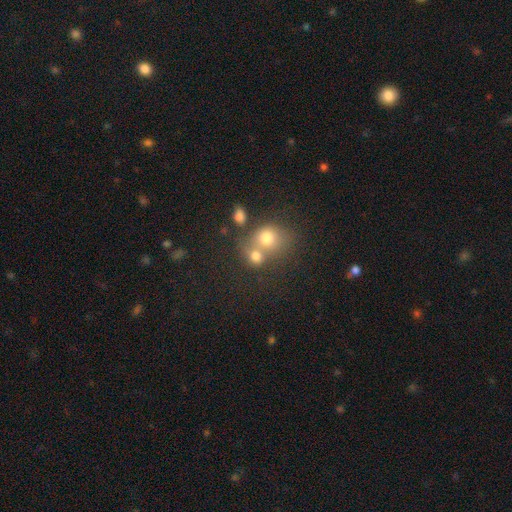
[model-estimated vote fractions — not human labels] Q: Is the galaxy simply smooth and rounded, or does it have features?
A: smooth — 74%.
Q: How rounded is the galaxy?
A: round — 69%.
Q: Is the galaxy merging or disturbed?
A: merger — 55%.